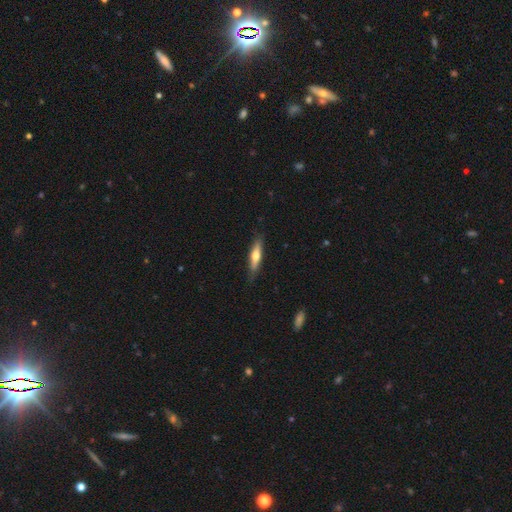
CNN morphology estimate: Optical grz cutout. It shows a smooth galaxy with no disk features (51%) that is cigar-shaped (79%). Merging: none (84%).